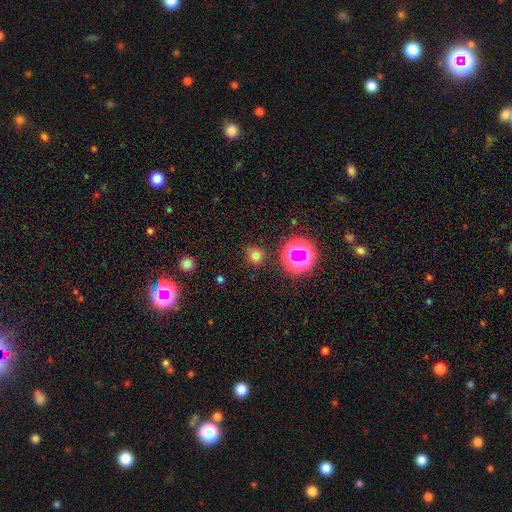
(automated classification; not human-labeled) A smooth galaxy with no disk features (71%) that is round (89%). Merging: none (85%).